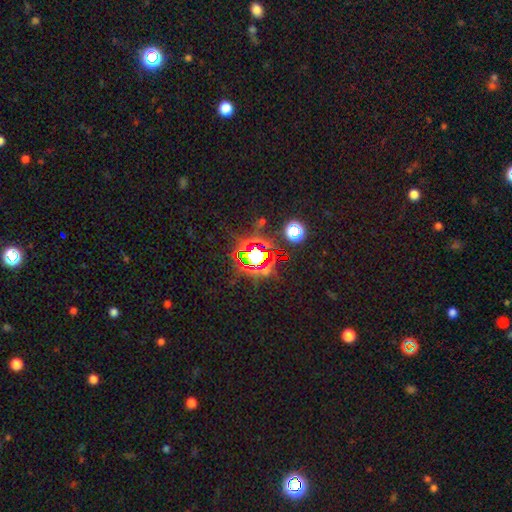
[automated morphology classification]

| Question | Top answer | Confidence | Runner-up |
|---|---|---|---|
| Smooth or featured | star or artifact | 75% | smooth (15%) |